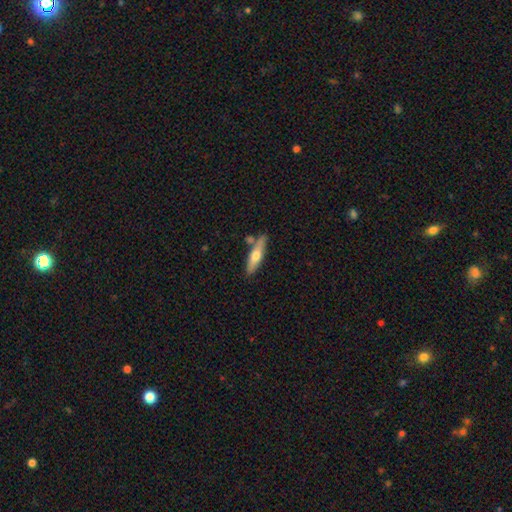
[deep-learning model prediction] Overall: smooth (56%; featured or disk 39%). How rounded: cigar-shaped (71%). Merging: none (73%).